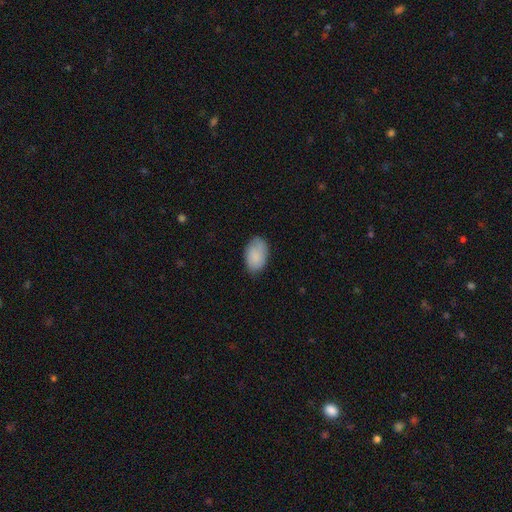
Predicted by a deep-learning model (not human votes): Q: Smooth or featured?
A: smooth (83%); runner-up: featured or disk (11%)
Q: How rounded?
A: in between (93%); runner-up: round (5%)
Q: Merging?
A: none (75%); runner-up: minor disturbance (20%)